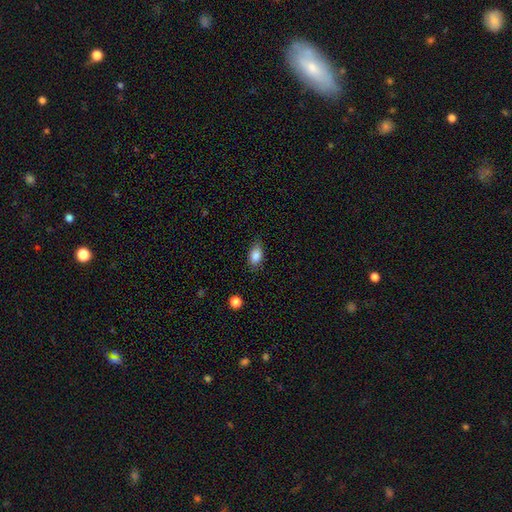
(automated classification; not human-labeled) This appears to be a smooth galaxy with no disk features (85%) that is in between round and cigar-shaped (86%). Merging: none (80%).